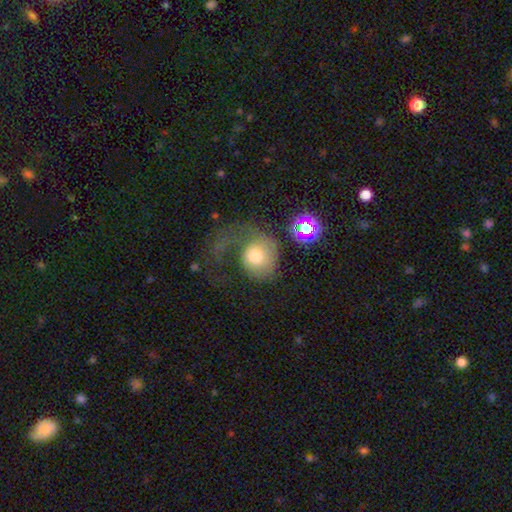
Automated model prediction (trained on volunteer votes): smooth_or_featured: smooth (p=0.60) [alt: featured or disk p=0.28]
how_rounded: round (p=0.76) [alt: in between p=0.23]
merging: major disturbance (p=0.57) [alt: none p=0.23]